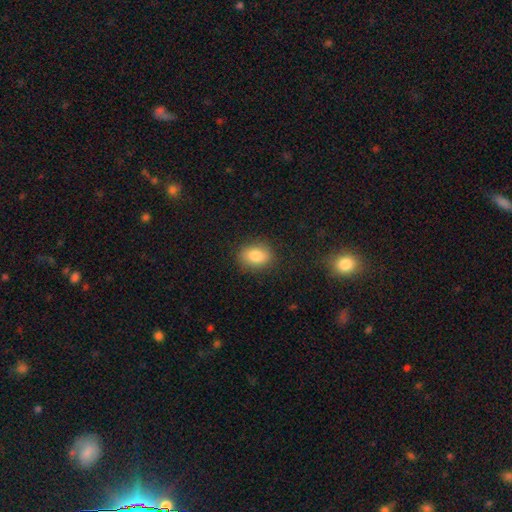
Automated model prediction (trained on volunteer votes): smooth 82%, featured or disk 10%, star or artifact 9%. Down the decision tree: how rounded — in between (63%); merging — none (85%).